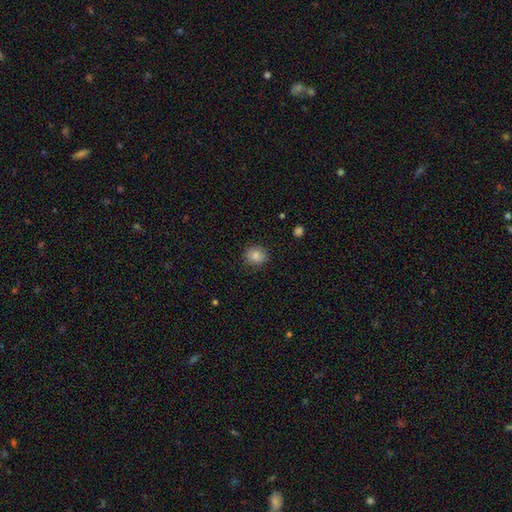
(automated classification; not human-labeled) Smooth or featured: smooth — 85% (star or artifact — 9%)
How rounded: round — 73% (in between — 26%)
Merging: none — 86% (minor disturbance — 11%)